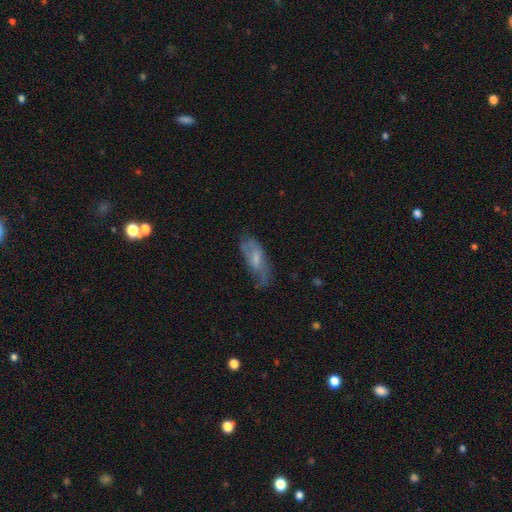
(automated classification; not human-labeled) Smooth or featured?
  - featured or disk: 49% *
  - smooth: 42%
  - star or artifact: 9%
Merging?
  - none: 52% *
  - minor disturbance: 29%
  - major disturbance: 17%
  - merger: 2%